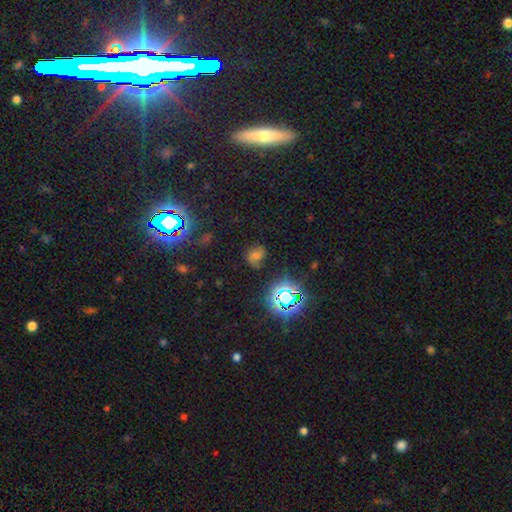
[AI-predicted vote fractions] The model was most divided on "smooth or featured": star or artifact: 48%, smooth: 37%, featured or disk: 15%.